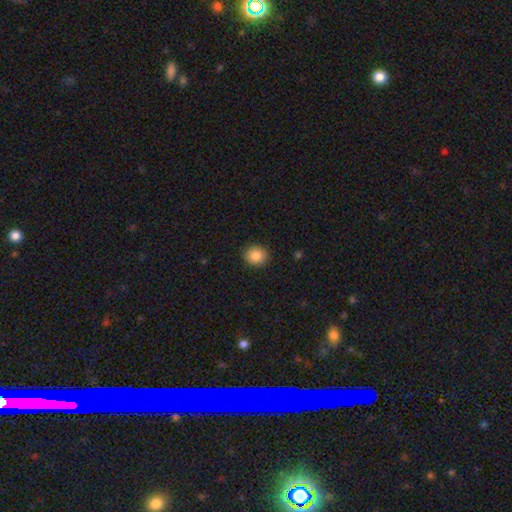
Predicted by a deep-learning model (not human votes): Smooth or featured? smooth (86%)
How rounded? round (79%)
Merging? none (91%)